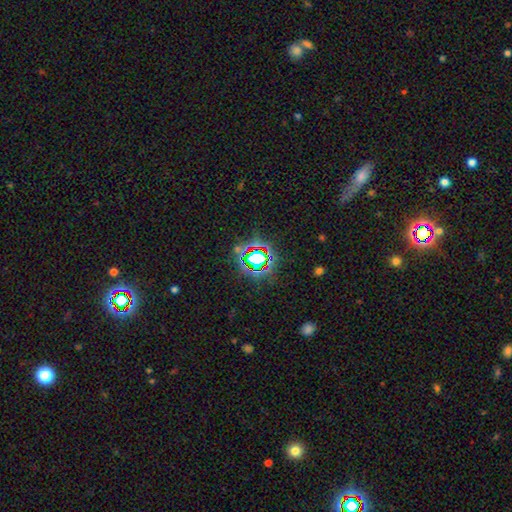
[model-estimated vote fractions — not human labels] The model was most divided on "smooth or featured": star or artifact: 75%, smooth: 15%, featured or disk: 9%.